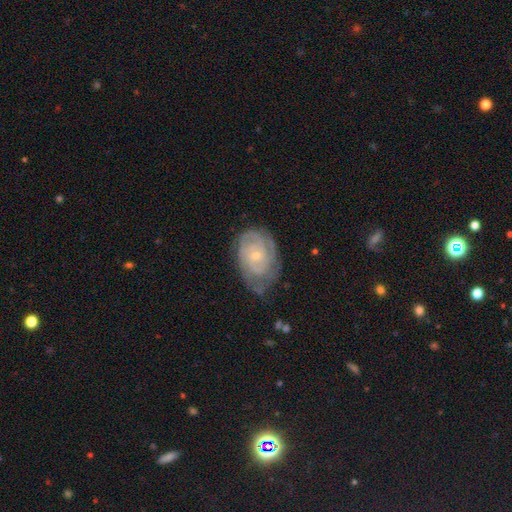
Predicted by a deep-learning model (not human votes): A featured or disk galaxy (82%) with no bar (71%), tight (73%) spiral arms (94%) and a small central bulge (73%). Merging: none (64%).